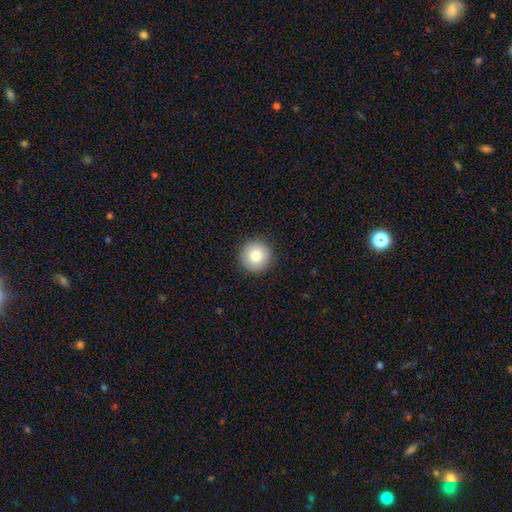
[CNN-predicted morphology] Smooth or featured: smooth — 82% (featured or disk — 9%)
How rounded: round — 96% (in between — 3%)
Merging: none — 92% (minor disturbance — 5%)